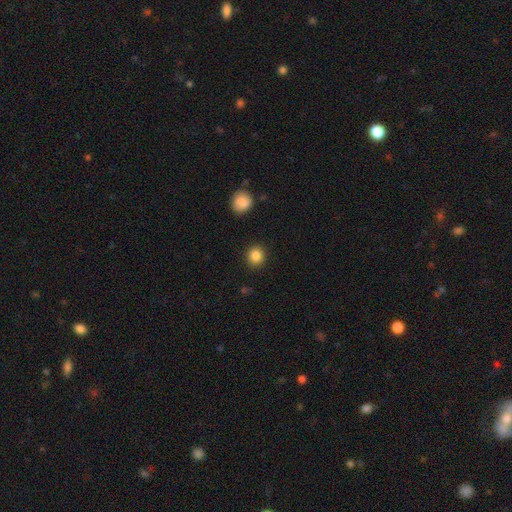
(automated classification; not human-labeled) Morphology: type=smooth (86%); roundness=round (86%); merging=none (90%).